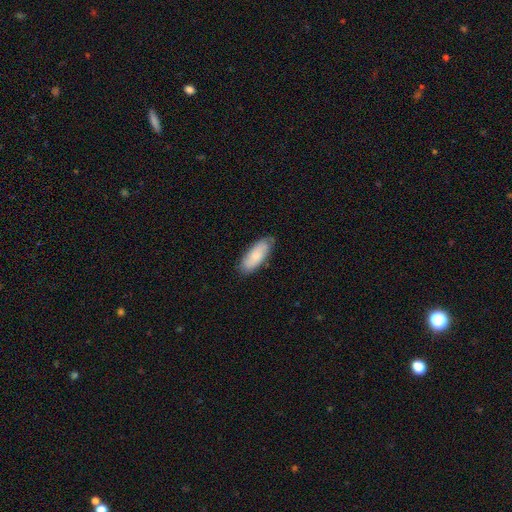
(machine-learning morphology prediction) A smooth galaxy with no disk features (76%) that is in between round and cigar-shaped (75%).

Vote fractions:
- Smooth or featured? smooth: 76% / featured or disk: 19% / star or artifact: 6%
- How rounded? in between: 75% / cigar-shaped: 23% / round: 2%
- Merging? none: 80% / minor disturbance: 17% / major disturbance: 3% / merger: 1%